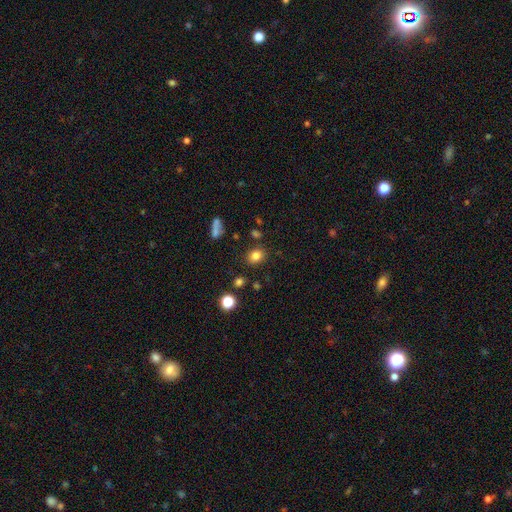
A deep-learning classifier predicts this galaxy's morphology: Smooth or featured? Predicted: smooth (p=0.81). How rounded? Predicted: round (p=0.55). Merging? Predicted: none (p=0.83).